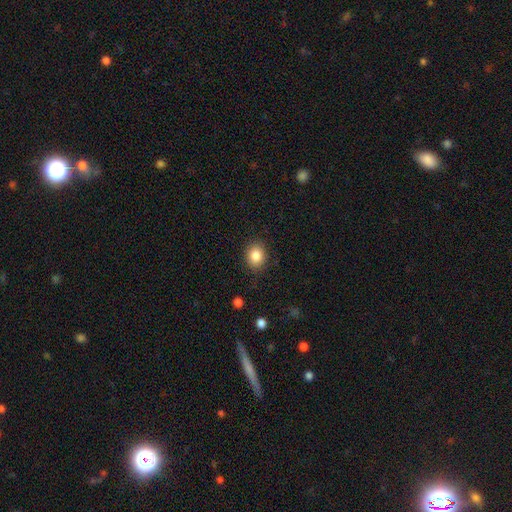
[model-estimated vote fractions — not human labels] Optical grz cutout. It shows a smooth galaxy with no disk features (85%) that is round (60%). Merging: none (87%).